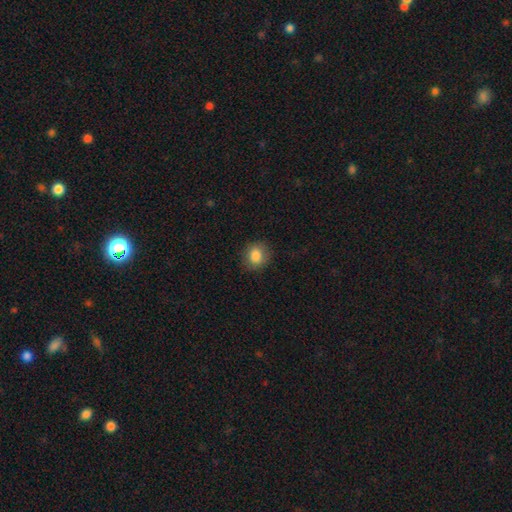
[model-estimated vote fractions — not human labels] Smooth or featured? smooth (85%)
How rounded? round (78%)
Merging? none (87%)